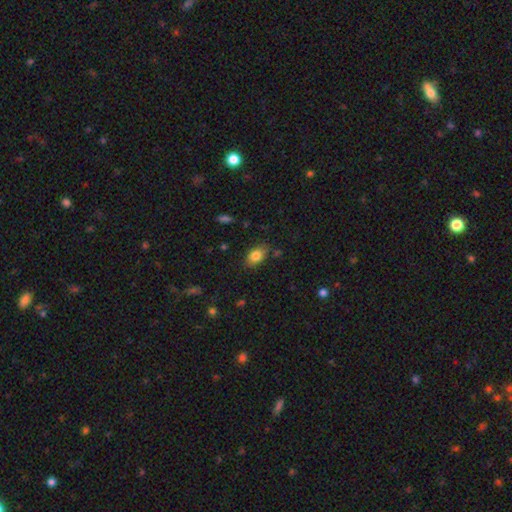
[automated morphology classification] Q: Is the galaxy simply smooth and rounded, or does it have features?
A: smooth — 82%.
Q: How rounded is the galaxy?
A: in between — 83%.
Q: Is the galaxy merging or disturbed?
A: none — 81%.